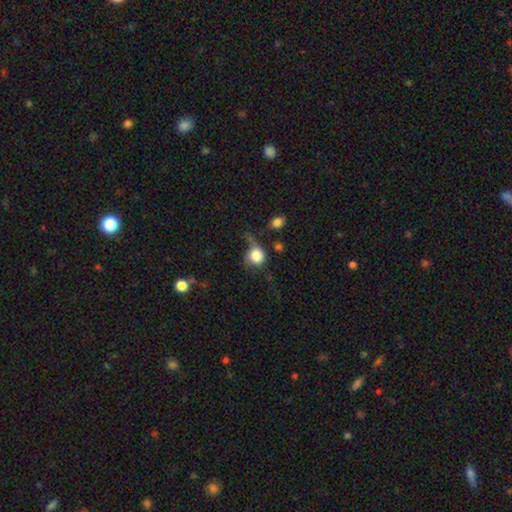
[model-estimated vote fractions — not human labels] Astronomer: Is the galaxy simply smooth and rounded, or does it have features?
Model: smooth — 80%.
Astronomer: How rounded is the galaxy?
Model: round — 85%.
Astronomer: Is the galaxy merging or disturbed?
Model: none — 39% (runner-up: minor disturbance, 29%).